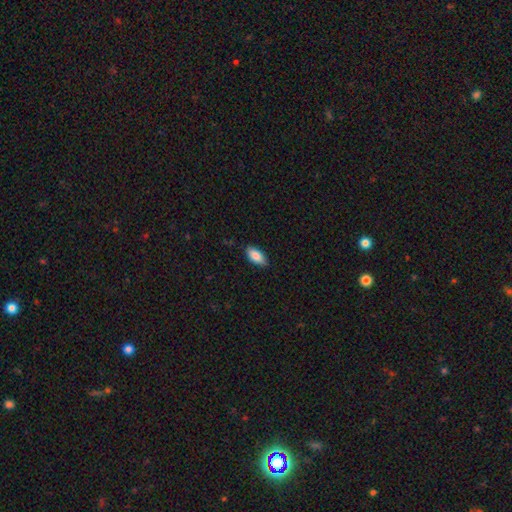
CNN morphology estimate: smooth_or_featured: smooth (p=0.85) [alt: featured or disk p=0.08]
how_rounded: in between (p=0.91) [alt: cigar-shaped p=0.07]
merging: none (p=0.85) [alt: minor disturbance p=0.12]